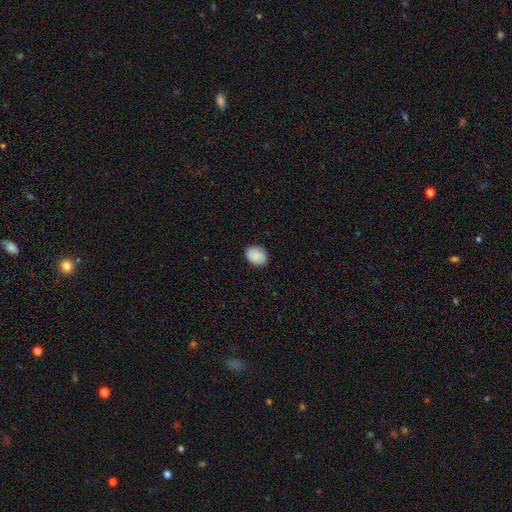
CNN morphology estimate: Overall: smooth (87%). How rounded: in between (58%; round 41%). Merging: none (86%).